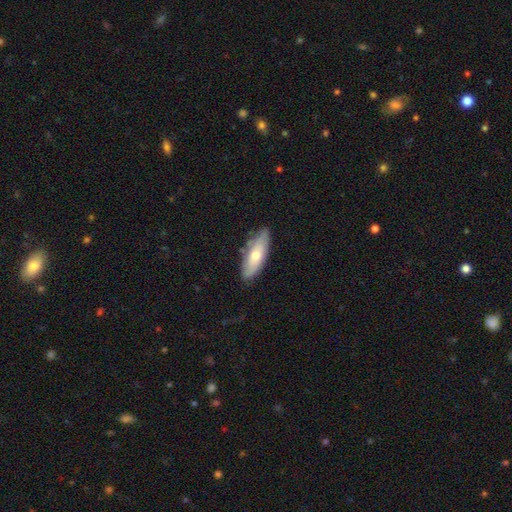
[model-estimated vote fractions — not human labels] Smooth or featured? smooth (59%)
How rounded? in between (63%)
Merging? none (79%)